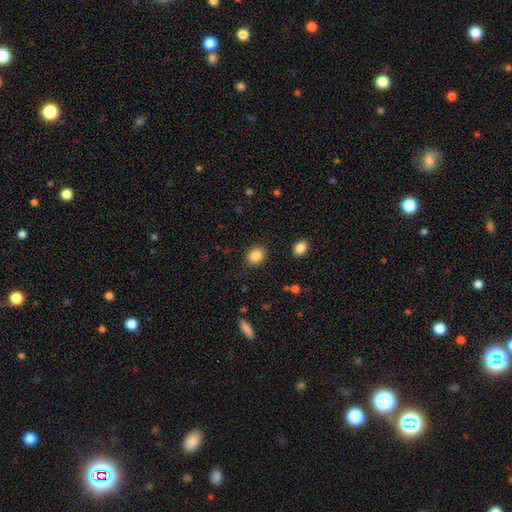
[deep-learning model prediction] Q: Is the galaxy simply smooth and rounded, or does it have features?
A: smooth — 86%.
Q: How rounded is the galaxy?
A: round — 51%.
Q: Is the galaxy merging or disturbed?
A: none — 83%.